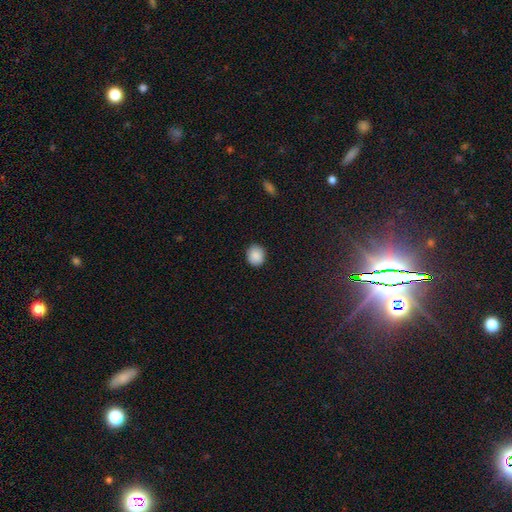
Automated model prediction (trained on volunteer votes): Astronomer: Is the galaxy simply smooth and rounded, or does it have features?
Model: smooth — 89%.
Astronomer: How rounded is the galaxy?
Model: round — 76%.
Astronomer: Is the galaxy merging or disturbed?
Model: none — 89%.